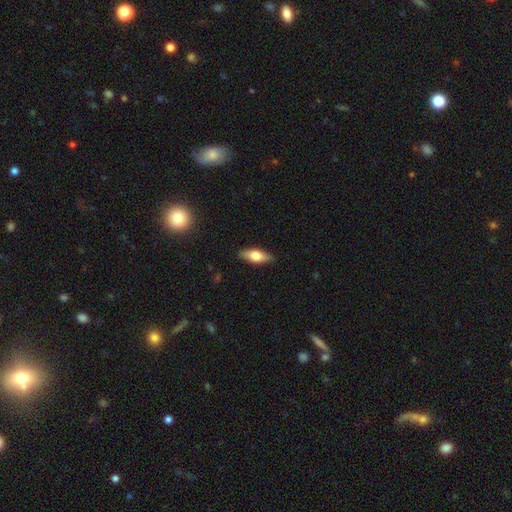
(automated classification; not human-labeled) Smooth or featured? Predicted: smooth (p=0.59). How rounded? Predicted: in between (p=0.67). Merging? Predicted: none (p=0.87).